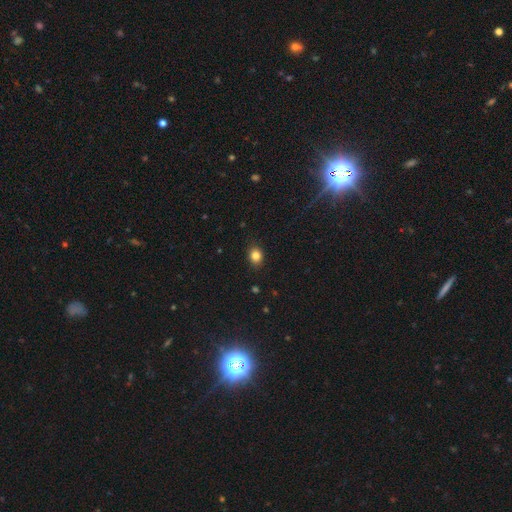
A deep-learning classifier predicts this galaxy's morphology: The model was most divided on "how rounded": round: 51%, in between: 48%, cigar-shaped: 1%. More confident: merging — none (88%); smooth or featured — smooth (83%).